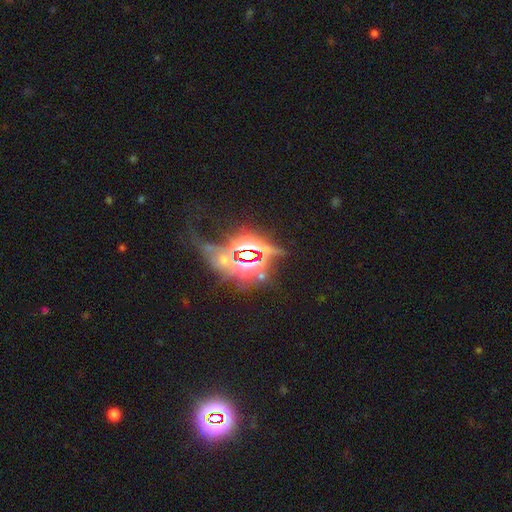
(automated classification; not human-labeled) This appears to be a star or artifact, not a galaxy (77%).